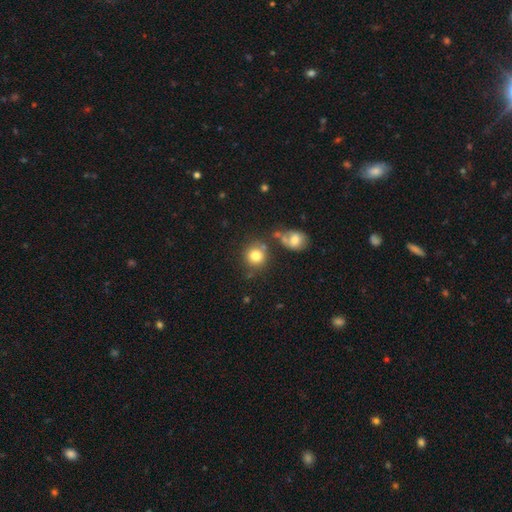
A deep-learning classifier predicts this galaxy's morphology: Smooth or featured? smooth (81%)
How rounded? round (88%)
Merging? none (69%)